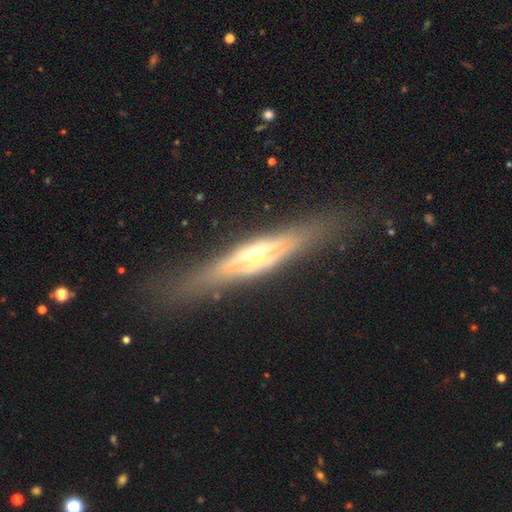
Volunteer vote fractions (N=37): Q: Smooth or featured?
A: featured or disk (89%); runner-up: smooth (8%)
Q: Edge-on disk?
A: yes (88%); runner-up: no (12%)
Q: Edge-on bulge?
A: rounded (72%); runner-up: boxy (24%)
Q: Merging?
A: none (86%); runner-up: minor disturbance (11%)